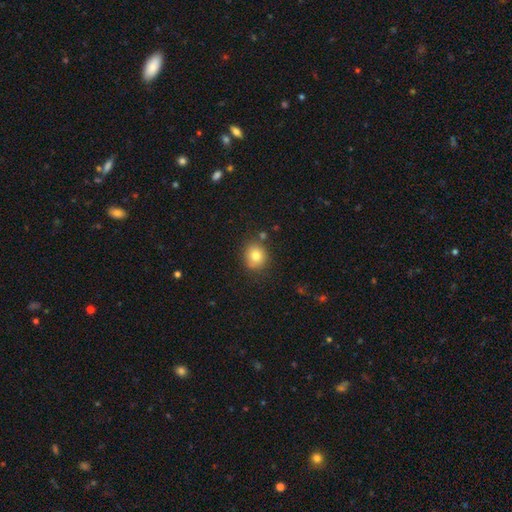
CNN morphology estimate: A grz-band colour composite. It shows a smooth galaxy with no disk features (80%) that is round (78%). Merging: none (78%).